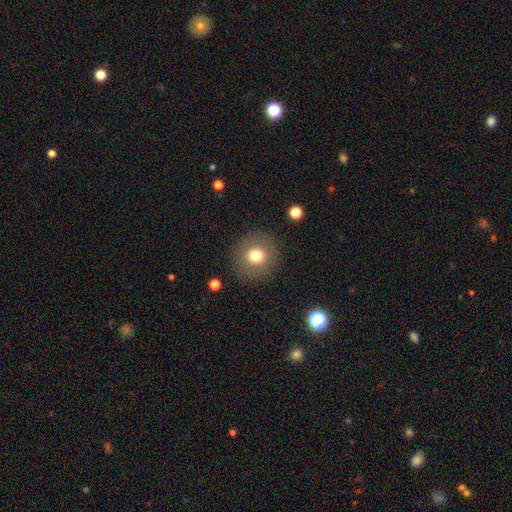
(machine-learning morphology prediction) smooth_or_featured: smooth (p=0.76) [alt: featured or disk p=0.13]
how_rounded: round (p=0.93) [alt: in between p=0.06]
merging: none (p=0.89) [alt: minor disturbance p=0.07]